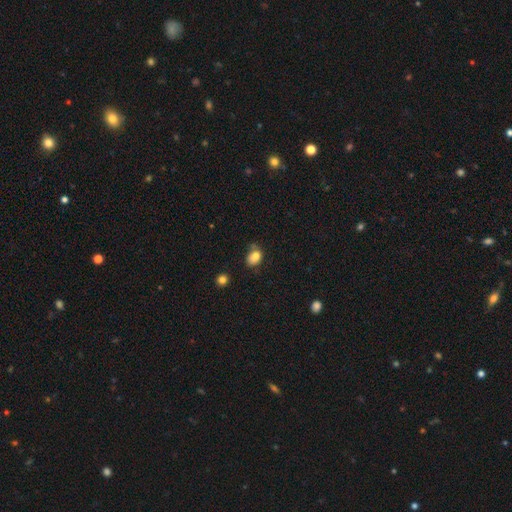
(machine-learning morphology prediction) smooth-or-featured: smooth: 81% | star or artifact: 10% | featured or disk: 8%
  how-rounded: in between: 67% | round: 32% | cigar-shaped: 1%
  merging: none: 57% | minor disturbance: 28% | merger: 8% | major disturbance: 7%